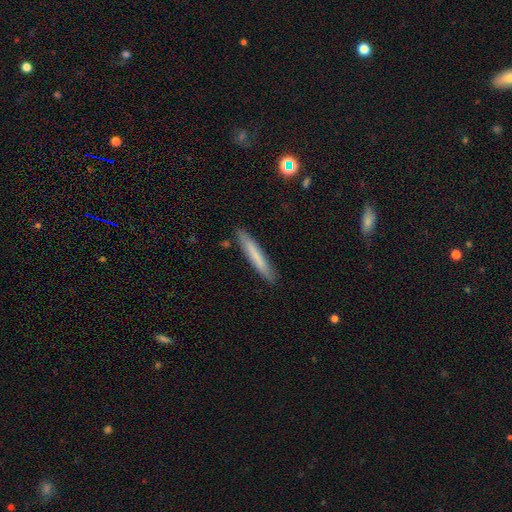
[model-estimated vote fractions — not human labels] Overall: smooth (70%). How rounded: cigar-shaped (95%). Merging: none (89%).